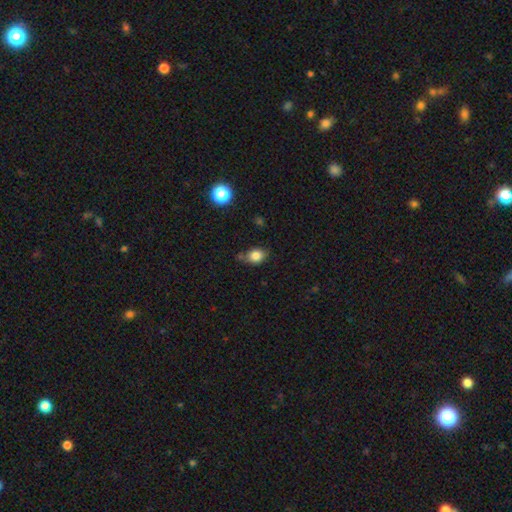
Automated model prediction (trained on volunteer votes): Smooth or featured? smooth (83%)
How rounded? in between (51%)
Merging? none (66%)